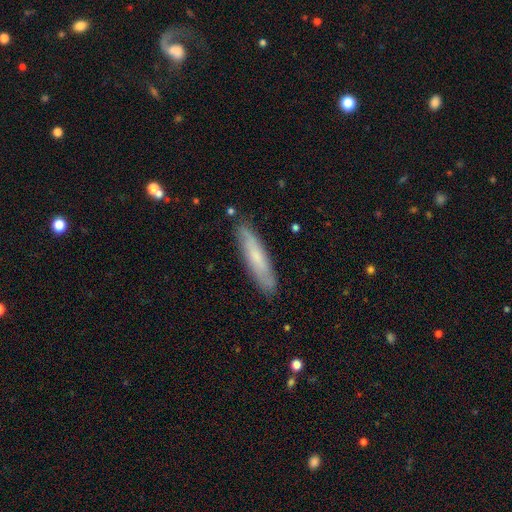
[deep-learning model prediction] Smooth or featured: smooth — 61% (featured or disk — 33%)
How rounded: cigar-shaped — 83% (in between — 15%)
Merging: none — 85% (minor disturbance — 11%)